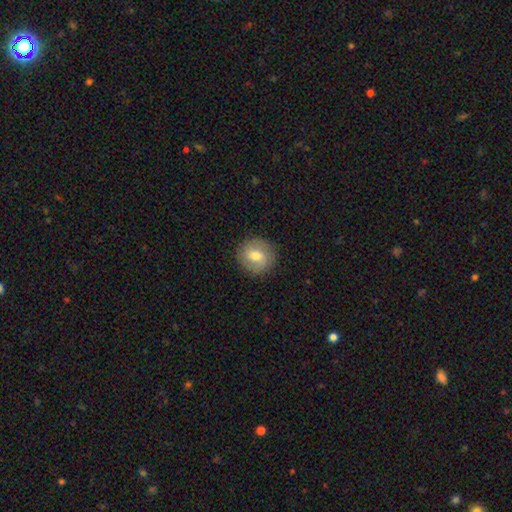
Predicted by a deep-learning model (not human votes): This appears to be a smooth galaxy with no disk features (65%) that is round (87%). Merging: none (88%).